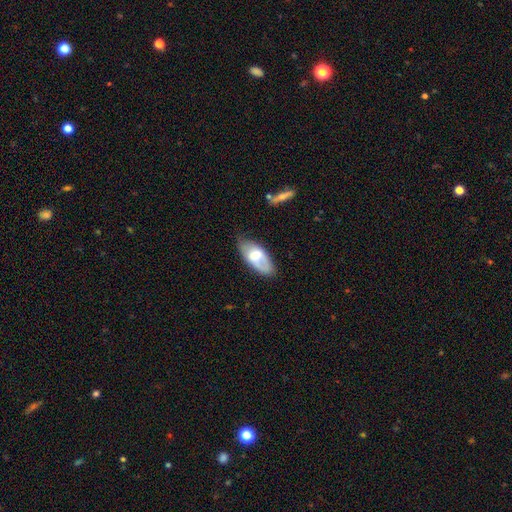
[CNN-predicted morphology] Smooth or featured? Predicted: smooth (p=0.61). How rounded? Predicted: in between (p=0.90). Merging? Predicted: none (p=0.57).